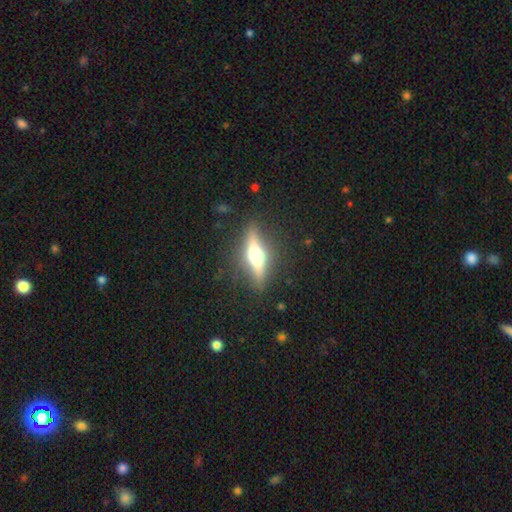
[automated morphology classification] Overall: featured or disk (67%). Edge-on disk: yes (91%). Edge-on bulge: rounded (94%). Merging: none (84%).